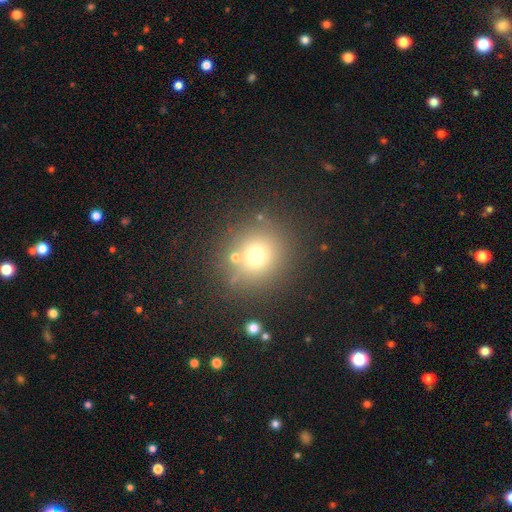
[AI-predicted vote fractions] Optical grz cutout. It shows a smooth galaxy with no disk features (69%) that is round (91%). Merging: none (79%).